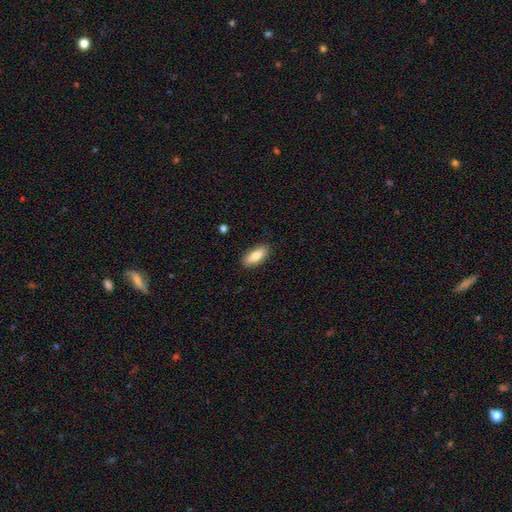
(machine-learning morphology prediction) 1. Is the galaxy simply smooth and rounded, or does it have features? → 81% smooth, 13% featured or disk, 6% star or artifact.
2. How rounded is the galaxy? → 77% in between, 21% cigar-shaped, 2% round.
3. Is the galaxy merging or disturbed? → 87% none, 9% minor disturbance, 2% major disturbance, 1% merger.